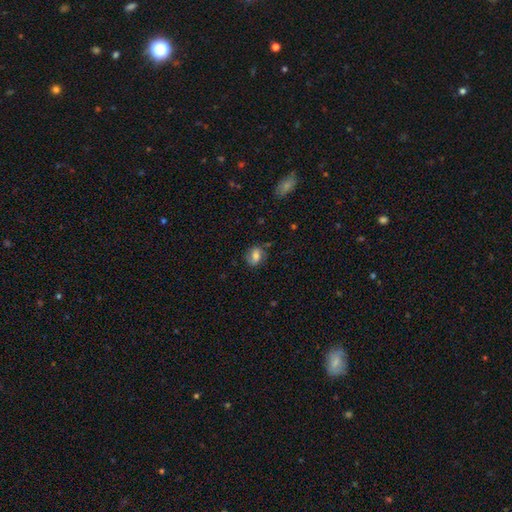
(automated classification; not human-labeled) A smooth galaxy with no disk features (61%) that is in between round and cigar-shaped (54%).

Vote fractions:
- Smooth or featured? smooth: 61% / featured or disk: 29% / star or artifact: 9%
- How rounded? in between: 54% / round: 44% / cigar-shaped: 2%
- Merging? none: 71% / minor disturbance: 20% / major disturbance: 7% / merger: 2%